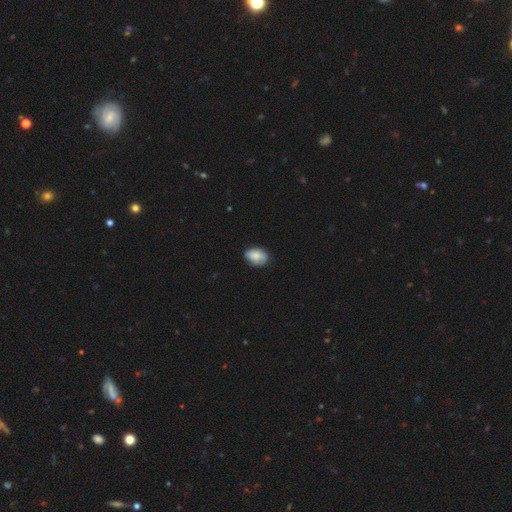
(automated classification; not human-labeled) smooth-or-featured: smooth: 76% | featured or disk: 17% | star or artifact: 7%
  how-rounded: in between: 79% | round: 20% | cigar-shaped: 1%
  merging: none: 67% | minor disturbance: 26% | major disturbance: 5% | merger: 1%